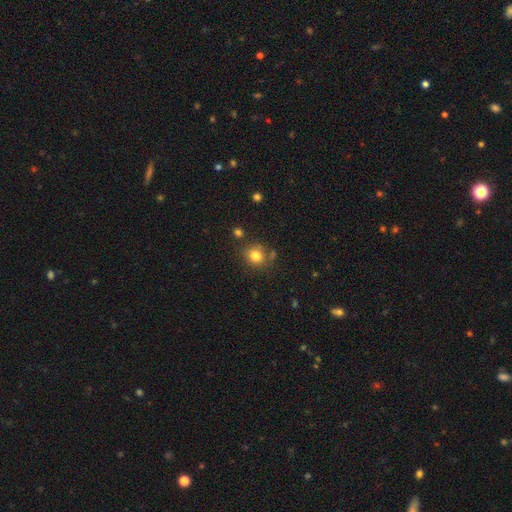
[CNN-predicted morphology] Smooth or featured? smooth (80%)
How rounded? round (80%)
Merging? none (76%)